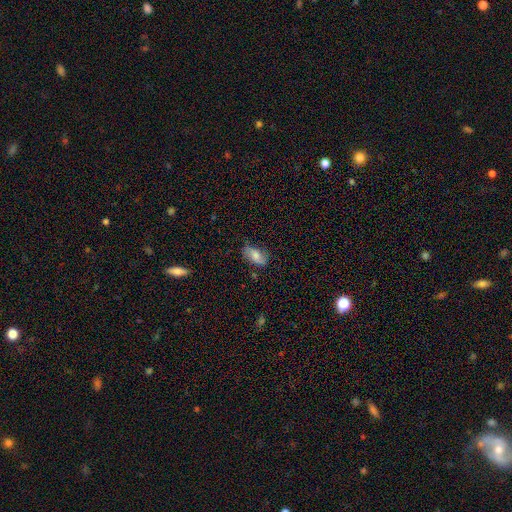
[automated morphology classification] smooth-or-featured: smooth: 66% | featured or disk: 26% | star or artifact: 8%
  how-rounded: in between: 89% | cigar-shaped: 6% | round: 5%
  merging: none: 64% | minor disturbance: 27% | major disturbance: 7% | merger: 2%